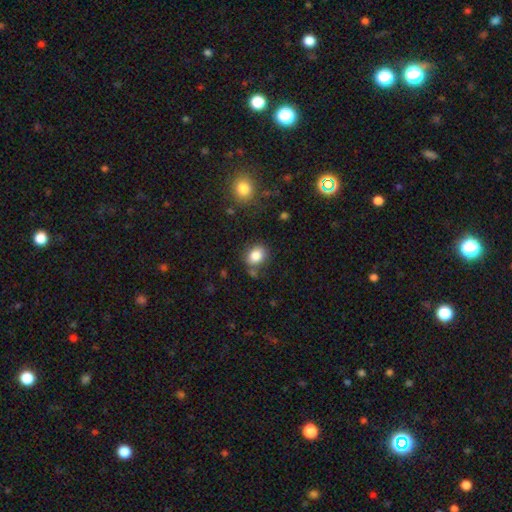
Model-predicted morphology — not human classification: A smooth galaxy with no disk features (84%) that is in between round and cigar-shaped (54%).

Vote fractions:
- Smooth or featured? smooth: 84% / star or artifact: 9% / featured or disk: 6%
- How rounded? in between: 54% / round: 45% / cigar-shaped: 1%
- Merging? none: 75% / minor disturbance: 15% / merger: 7% / major disturbance: 4%